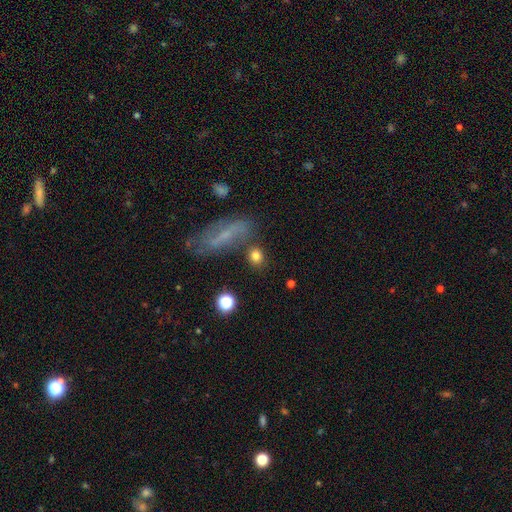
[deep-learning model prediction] Q: Smooth or featured?
A: smooth (79%); runner-up: star or artifact (11%)
Q: How rounded?
A: round (69%); runner-up: in between (28%)
Q: Merging?
A: none (74%); runner-up: minor disturbance (11%)